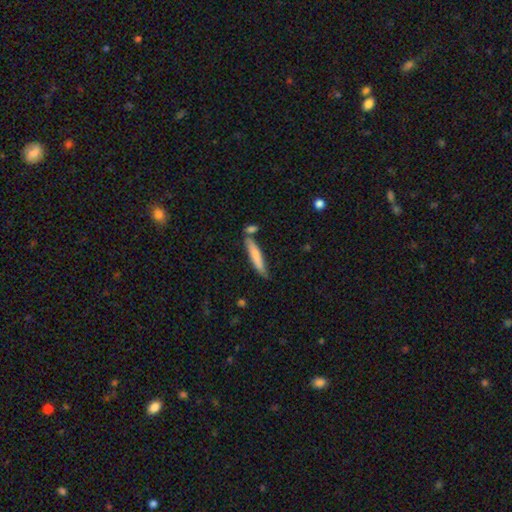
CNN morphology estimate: Smooth or featured: smooth — 72% (featured or disk — 22%)
How rounded: cigar-shaped — 89% (in between — 9%)
Merging: none — 67% (minor disturbance — 18%)